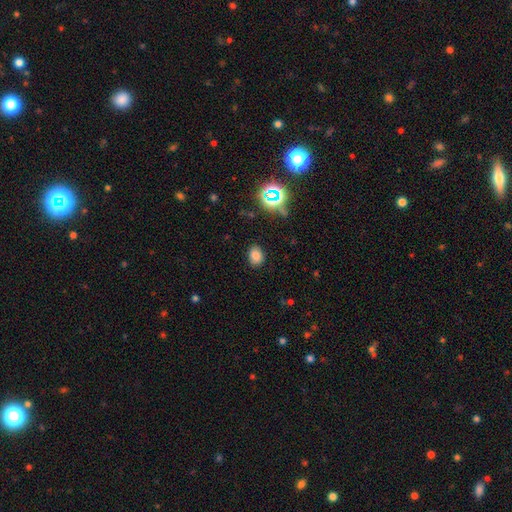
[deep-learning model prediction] A smooth galaxy with no disk features (77%) that is in between round and cigar-shaped (69%).

Vote fractions:
- Smooth or featured? smooth: 77% / star or artifact: 17% / featured or disk: 6%
- How rounded? in between: 69% / round: 30% / cigar-shaped: 1%
- Merging? none: 85% / minor disturbance: 10% / major disturbance: 3% / merger: 1%